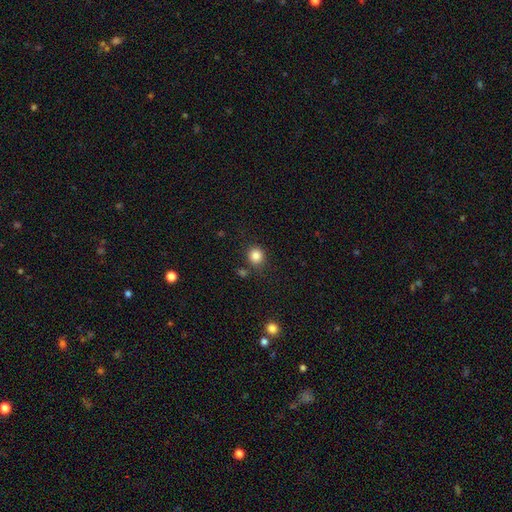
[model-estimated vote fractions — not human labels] Morphology: type=smooth (84%); roundness=round (87%); merging=none (81%).